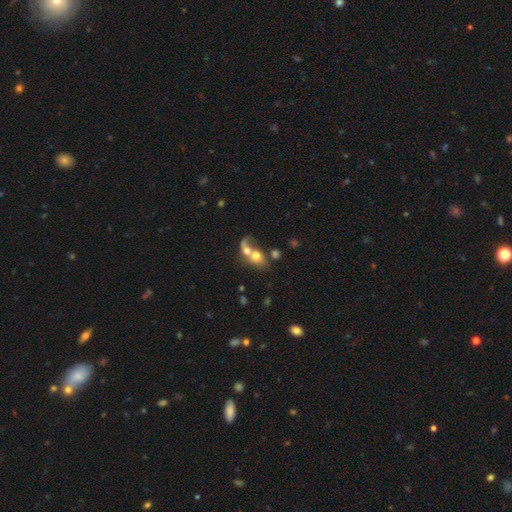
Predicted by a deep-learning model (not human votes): smooth-or-featured: smooth: 57% | featured or disk: 32% | star or artifact: 11%
  how-rounded: round: 51% | in between: 47% | cigar-shaped: 2%
  merging: merger: 72% | none: 13% | major disturbance: 9% | minor disturbance: 6%